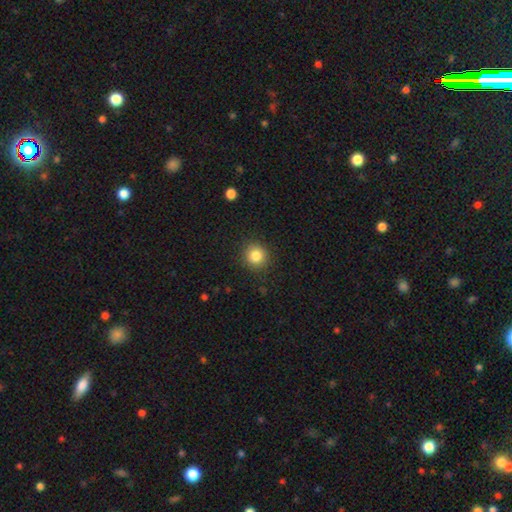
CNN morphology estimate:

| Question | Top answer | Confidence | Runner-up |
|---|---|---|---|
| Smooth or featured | smooth | 84% | star or artifact (10%) |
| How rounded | round | 92% | in between (7%) |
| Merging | none | 90% | minor disturbance (7%) |